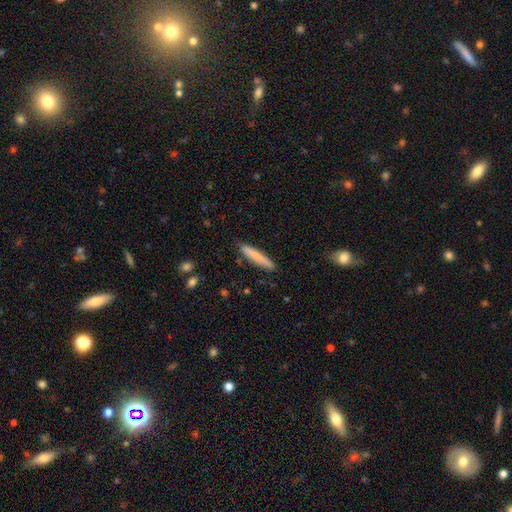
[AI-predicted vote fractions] Smooth or featured? smooth (79%)
How rounded? cigar-shaped (94%)
Merging? none (88%)